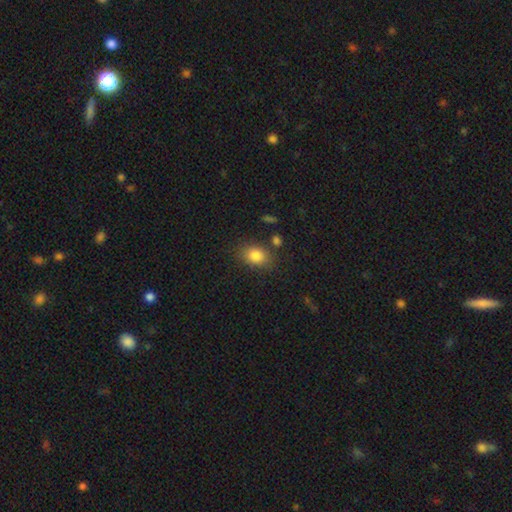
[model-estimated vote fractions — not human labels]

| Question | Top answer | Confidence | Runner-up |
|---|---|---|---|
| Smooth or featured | smooth | 84% | star or artifact (9%) |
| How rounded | in between | 65% | round (34%) |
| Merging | none | 77% | minor disturbance (14%) |